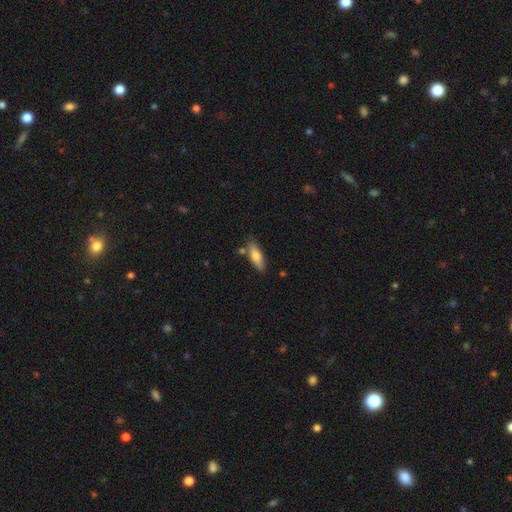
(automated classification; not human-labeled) Smooth or featured: smooth — 74% (featured or disk — 19%)
How rounded: in between — 57% (cigar-shaped — 41%)
Merging: none — 77% (minor disturbance — 14%)